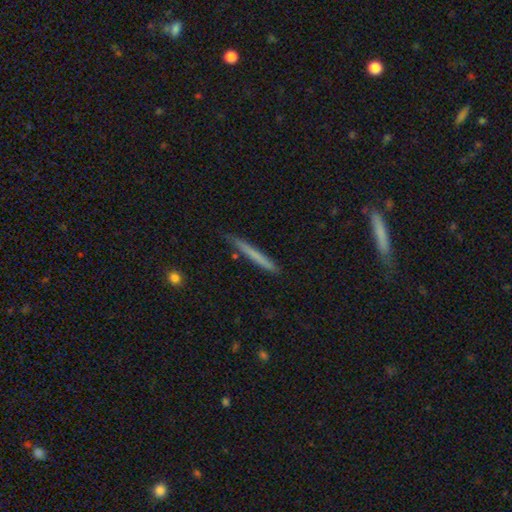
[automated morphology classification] A smooth galaxy with no disk features (63%) that is cigar-shaped (97%).

Vote fractions:
- Smooth or featured? smooth: 63% / featured or disk: 31% / star or artifact: 6%
- How rounded? cigar-shaped: 97% / in between: 2% / round: 1%
- Merging? none: 86% / minor disturbance: 11% / major disturbance: 2% / merger: 2%